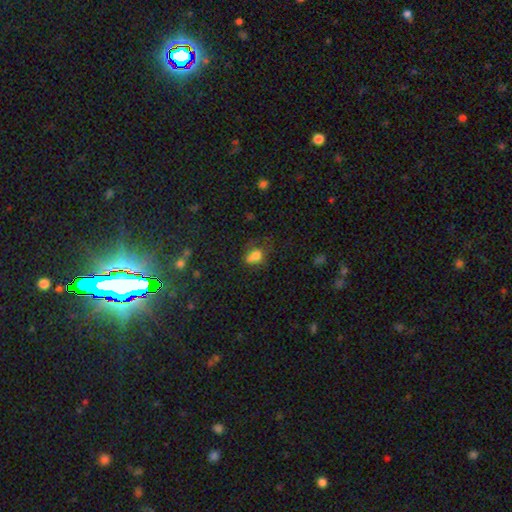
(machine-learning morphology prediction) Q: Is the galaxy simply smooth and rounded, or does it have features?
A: smooth — 75%.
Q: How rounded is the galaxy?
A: in between — 56%.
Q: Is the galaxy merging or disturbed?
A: none — 38%.